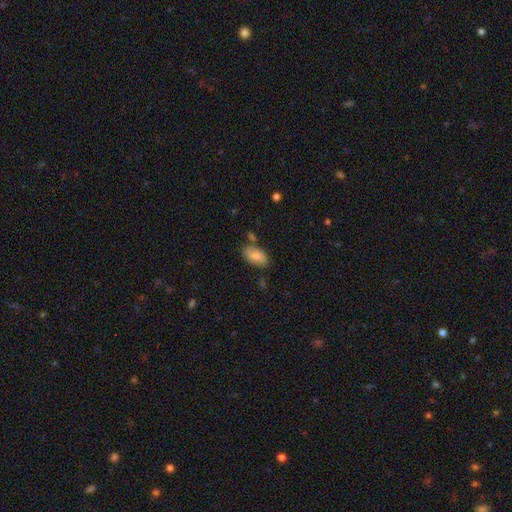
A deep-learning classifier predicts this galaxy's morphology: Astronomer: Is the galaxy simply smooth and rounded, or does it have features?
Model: smooth — 78%.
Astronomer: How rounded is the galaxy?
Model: in between — 94%.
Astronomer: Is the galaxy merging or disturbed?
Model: none — 63%.